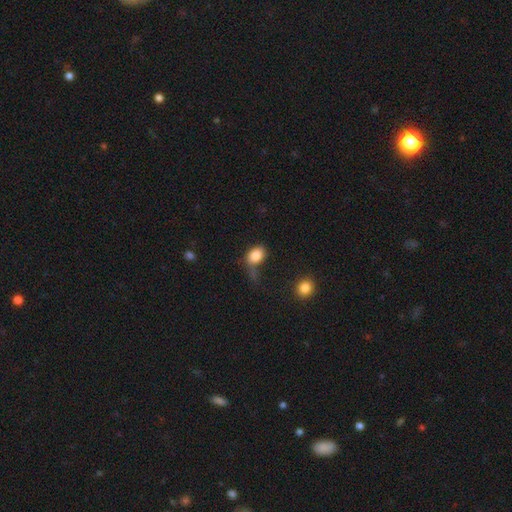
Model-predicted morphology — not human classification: smooth 84%, star or artifact 9%, featured or disk 7%. Down the decision tree: how rounded — in between (72%); merging — none (42%).